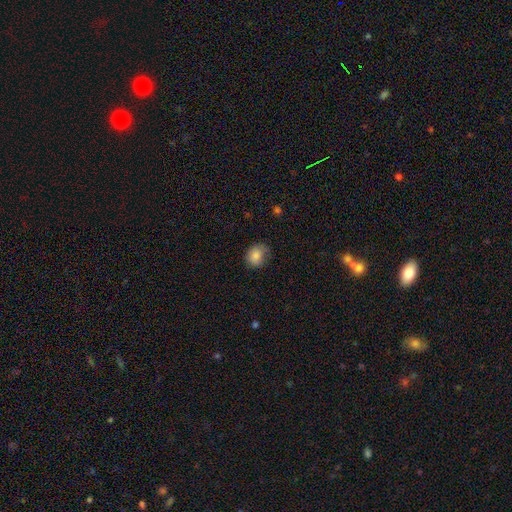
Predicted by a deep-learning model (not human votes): Q: Smooth or featured?
A: smooth (83%); runner-up: star or artifact (8%)
Q: How rounded?
A: round (60%); runner-up: in between (39%)
Q: Merging?
A: none (62%); runner-up: minor disturbance (28%)